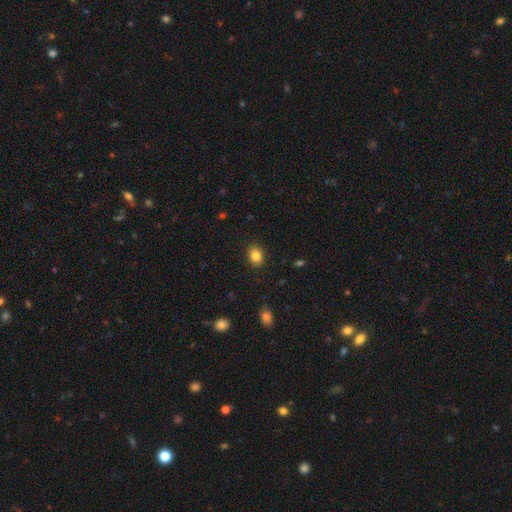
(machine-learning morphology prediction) Smooth or featured? smooth (85%)
How rounded? in between (60%)
Merging? none (89%)